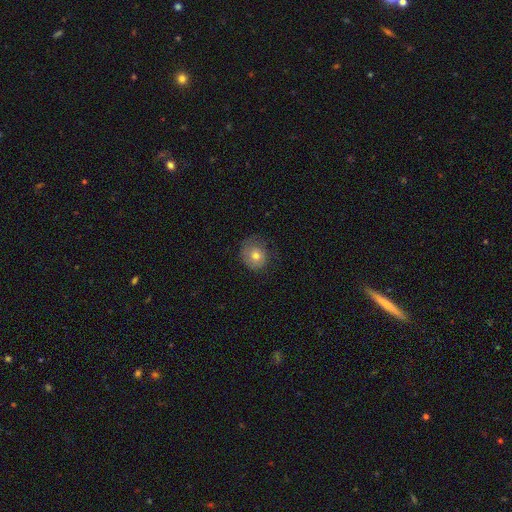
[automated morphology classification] Overall: smooth (68%). How rounded: round (80%). Merging: none (65%).